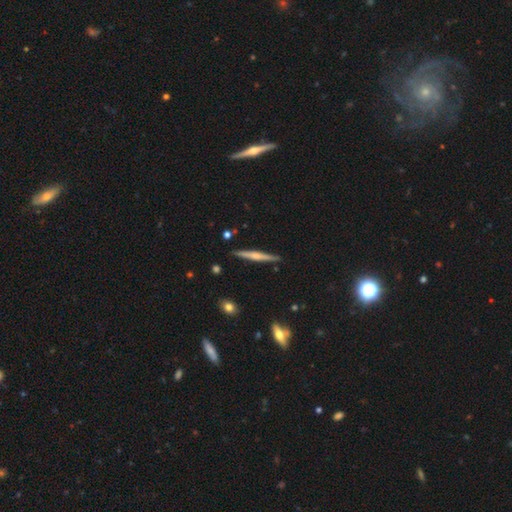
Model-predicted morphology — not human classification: Smooth or featured: featured or disk — 59% (smooth — 35%)
Edge-on disk: yes — 98% (no — 2%)
Edge-on bulge: rounded — 61% (none — 25%)
Merging: none — 90% (minor disturbance — 7%)